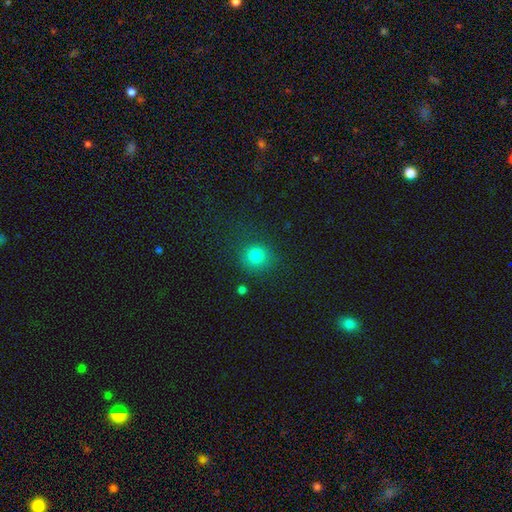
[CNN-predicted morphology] smooth-or-featured: smooth: 81% | star or artifact: 13% | featured or disk: 5%
  how-rounded: round: 88% | in between: 11% | cigar-shaped: 1%
  merging: none: 81% | minor disturbance: 11% | major disturbance: 5% | merger: 3%